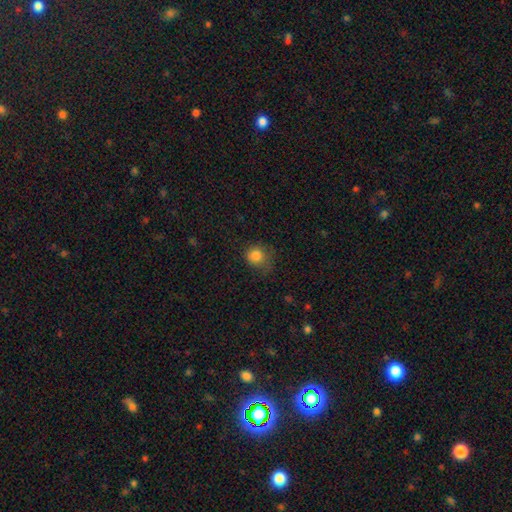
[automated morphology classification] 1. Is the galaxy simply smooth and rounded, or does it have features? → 83% smooth, 11% star or artifact, 5% featured or disk.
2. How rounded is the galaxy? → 85% round, 14% in between, 1% cigar-shaped.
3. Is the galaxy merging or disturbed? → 59% none, 28% minor disturbance, 12% major disturbance, 2% merger.